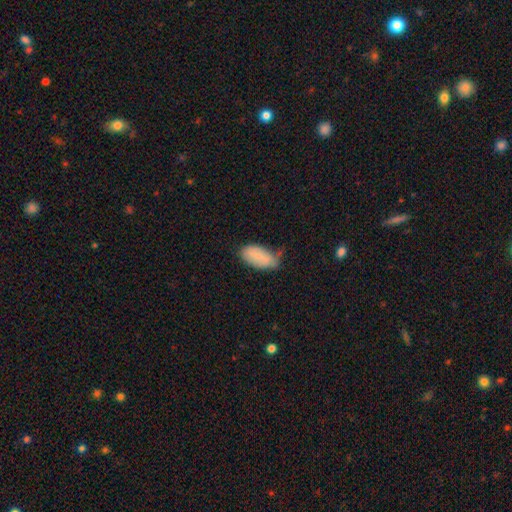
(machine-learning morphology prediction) Smooth or featured?
  - smooth: 79% *
  - featured or disk: 14%
  - star or artifact: 7%
How rounded?
  - in between: 94% *
  - cigar-shaped: 3%
  - round: 3%
Merging?
  - minor disturbance: 43% *
  - none: 42%
  - major disturbance: 11%
  - merger: 4%